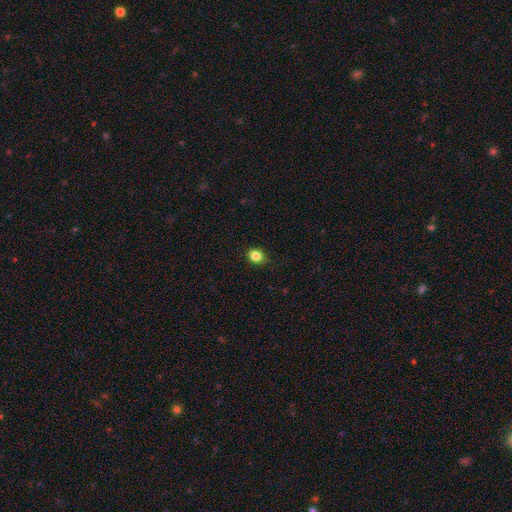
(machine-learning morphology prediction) smooth-or-featured: smooth: 84% | star or artifact: 11% | featured or disk: 5%
  how-rounded: round: 66% | in between: 33% | cigar-shaped: 1%
  merging: none: 84% | minor disturbance: 13% | major disturbance: 2% | merger: 1%